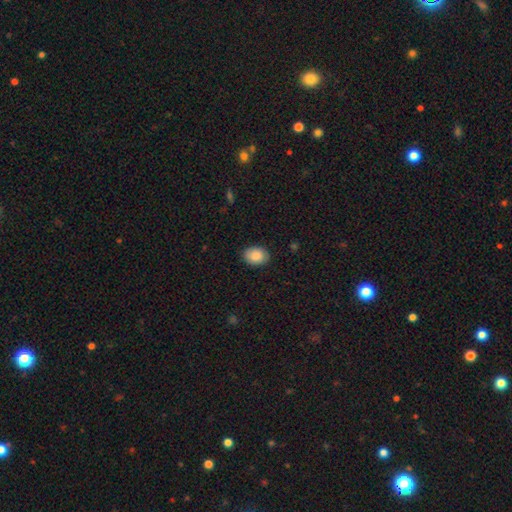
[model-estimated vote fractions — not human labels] smooth-or-featured: smooth: 88% | star or artifact: 7% | featured or disk: 5%
  how-rounded: in between: 72% | round: 27% | cigar-shaped: 1%
  merging: none: 87% | minor disturbance: 9% | major disturbance: 2% | merger: 1%